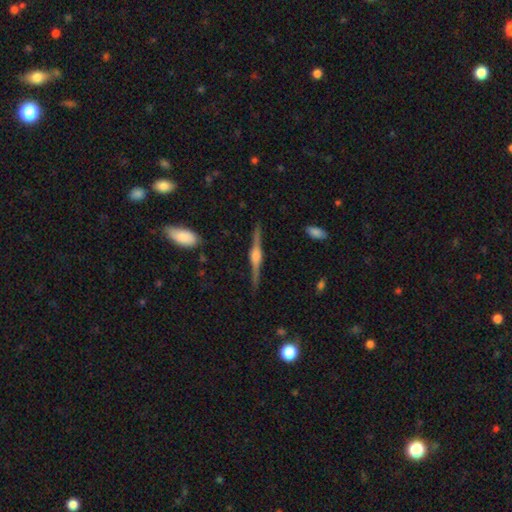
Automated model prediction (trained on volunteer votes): The model was most divided on "edge-on bulge": rounded: 86%, boxy: 11%, none: 2%. More confident: edge-on disk — yes (98%); merging — none (88%); smooth or featured — featured or disk (85%).